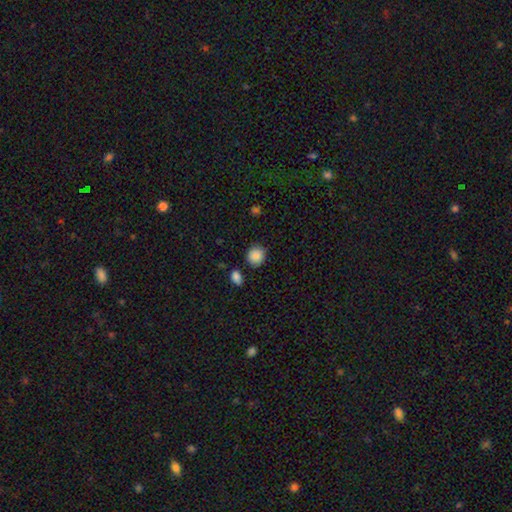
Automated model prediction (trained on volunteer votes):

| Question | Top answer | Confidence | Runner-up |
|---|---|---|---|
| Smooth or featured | smooth | 88% | star or artifact (9%) |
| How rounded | round | 87% | in between (12%) |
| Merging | none | 79% | minor disturbance (13%) |